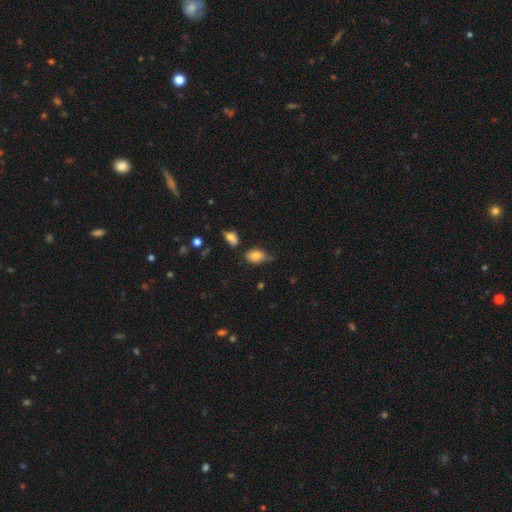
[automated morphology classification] Q: Smooth or featured?
A: smooth (78%); runner-up: featured or disk (13%)
Q: How rounded?
A: in between (82%); runner-up: round (15%)
Q: Merging?
A: minor disturbance (42%); runner-up: none (36%)